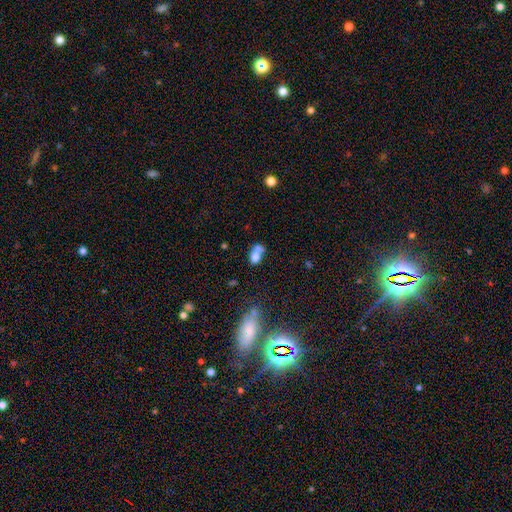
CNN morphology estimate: Q: Smooth or featured?
A: smooth (71%); runner-up: featured or disk (17%)
Q: How rounded?
A: in between (66%); runner-up: round (31%)
Q: Merging?
A: merger (58%); runner-up: none (24%)